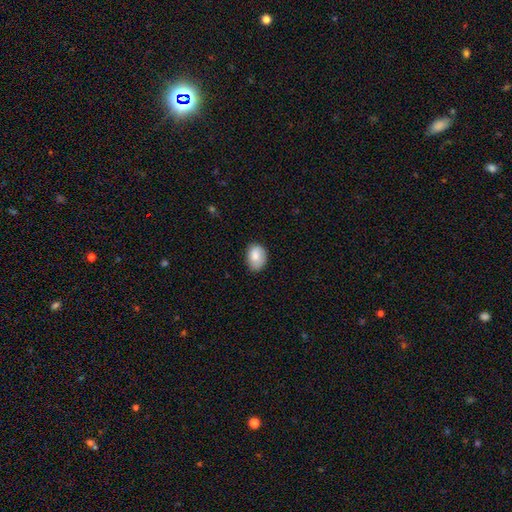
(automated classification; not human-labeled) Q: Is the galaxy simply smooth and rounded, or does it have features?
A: smooth — 82%.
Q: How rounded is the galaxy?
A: in between — 73%.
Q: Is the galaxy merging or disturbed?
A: none — 72%.